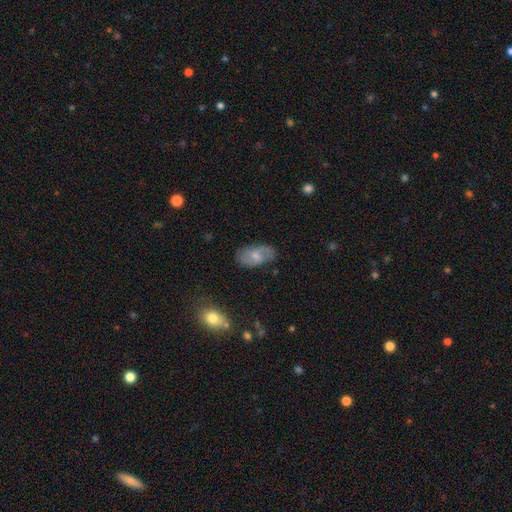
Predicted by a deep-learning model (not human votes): smooth_or_featured: smooth (p=0.56) [alt: featured or disk p=0.37]
how_rounded: in between (p=0.93) [alt: round p=0.04]
merging: none (p=0.68) [alt: minor disturbance p=0.23]